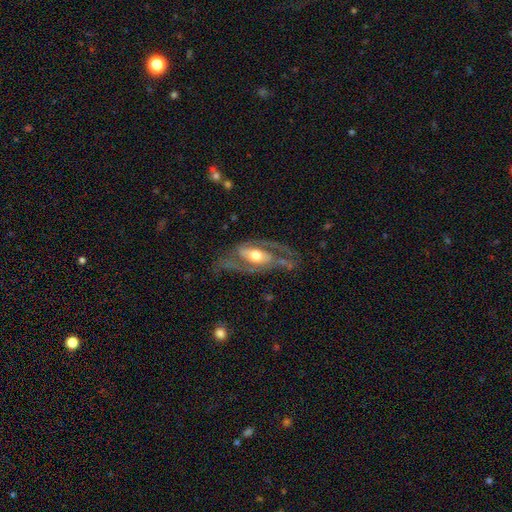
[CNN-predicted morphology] This is clearly a featured or disk galaxy (86%). It is clearly not viewed edge-on (93%). Bar: marginally no (43%). Spiral arm pattern: clearly yes (91%). Spiral arm count: clearly 2 (89%). Spiral winding: possibly medium (52%). Central bulge: likely moderate (68%). Merging: likely none (63%).